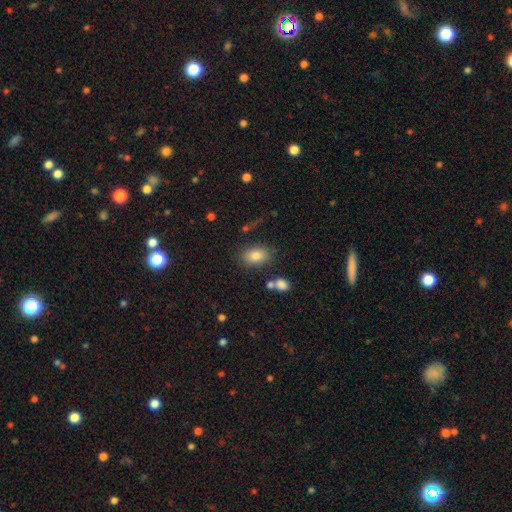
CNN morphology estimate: Smooth or featured? Predicted: smooth (p=0.83). How rounded? Predicted: in between (p=0.85). Merging? Predicted: none (p=0.79).